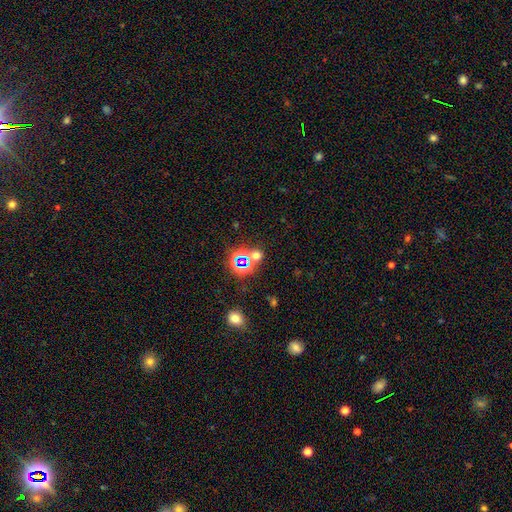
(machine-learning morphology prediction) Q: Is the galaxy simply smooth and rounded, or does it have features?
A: star or artifact — 50%.